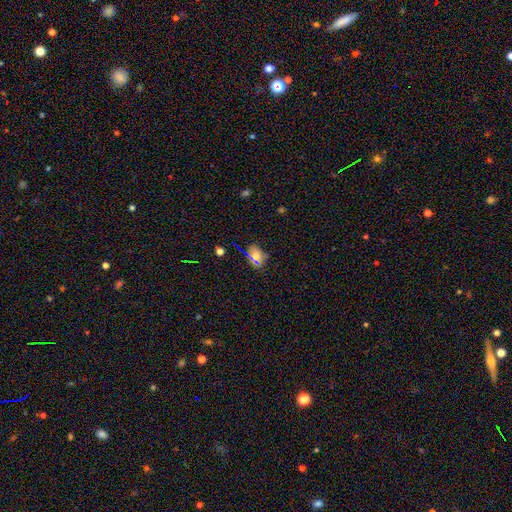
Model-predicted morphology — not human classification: A smooth galaxy with no disk features (64%) that is in between round and cigar-shaped (59%). Merging: none (77%).